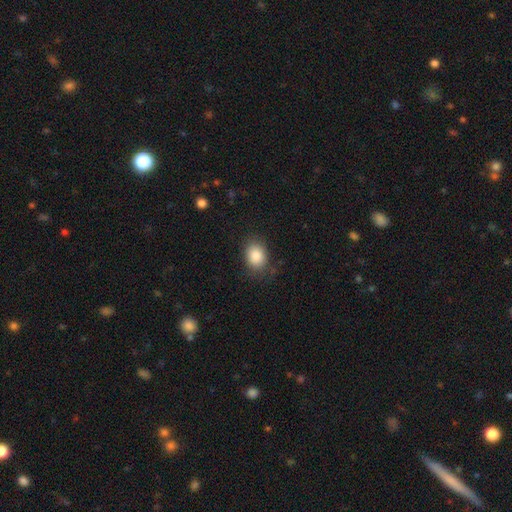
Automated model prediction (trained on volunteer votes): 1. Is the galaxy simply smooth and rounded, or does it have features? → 86% smooth, 8% star or artifact, 5% featured or disk.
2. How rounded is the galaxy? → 61% in between, 38% round, 1% cigar-shaped.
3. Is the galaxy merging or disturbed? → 78% none, 16% minor disturbance, 5% major disturbance, 1% merger.